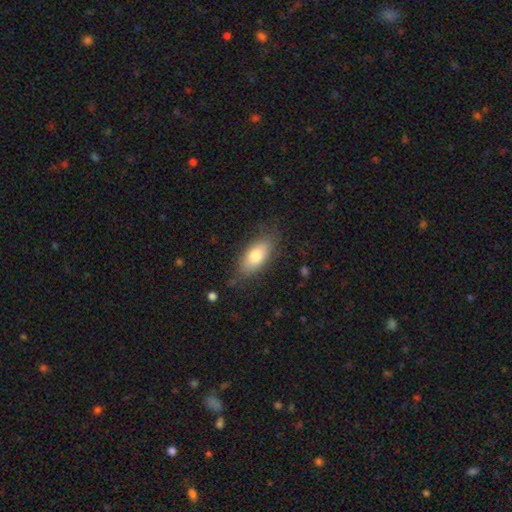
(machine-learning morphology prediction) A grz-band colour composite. It shows a smooth galaxy with no disk features (76%) that is in between round and cigar-shaped (84%). Merging: none (76%).